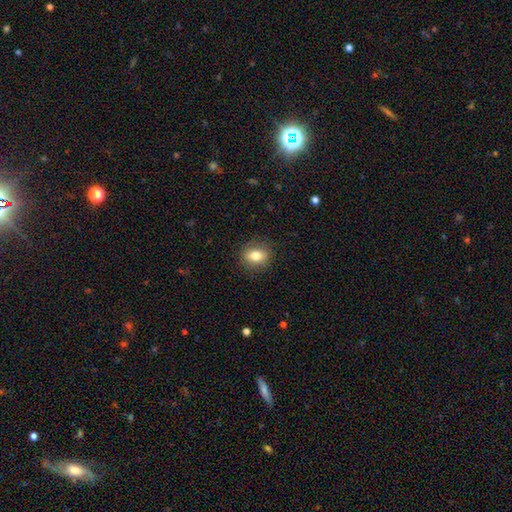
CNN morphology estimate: The model was most divided on "how rounded": in between: 55%, round: 43%, cigar-shaped: 2%. More confident: merging — none (87%); smooth or featured — smooth (76%).